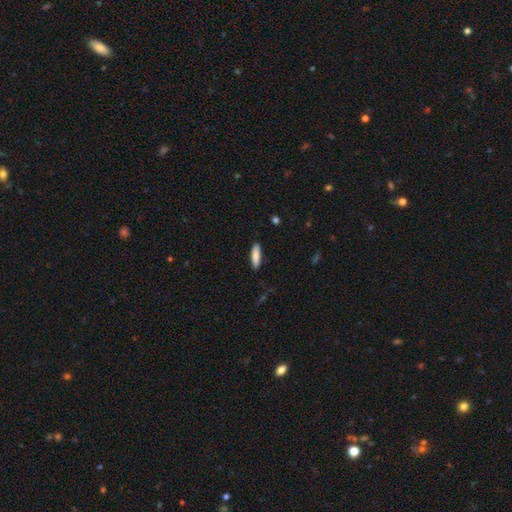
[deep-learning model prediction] Smooth or featured?
  - smooth: 85% *
  - featured or disk: 9%
  - star or artifact: 6%
How rounded?
  - cigar-shaped: 61% *
  - in between: 38%
  - round: 1%
Merging?
  - none: 89% *
  - minor disturbance: 8%
  - major disturbance: 2%
  - merger: 1%